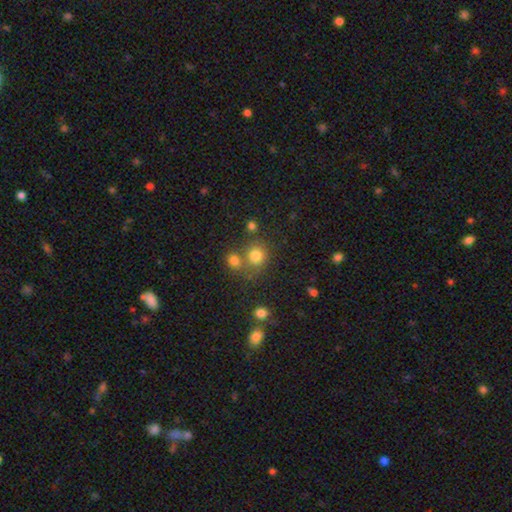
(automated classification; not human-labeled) smooth 77%, star or artifact 15%, featured or disk 8%. Down the decision tree: how rounded — round (84%); merging — none (58%).